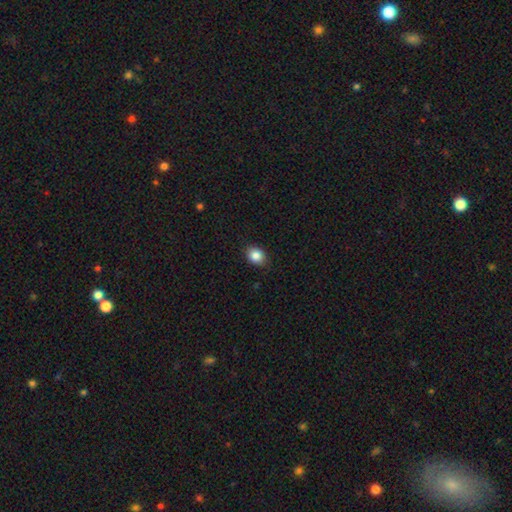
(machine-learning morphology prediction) This is clearly a smooth galaxy (85%). How rounded: possibly in between (51%). Merging: clearly none (86%).